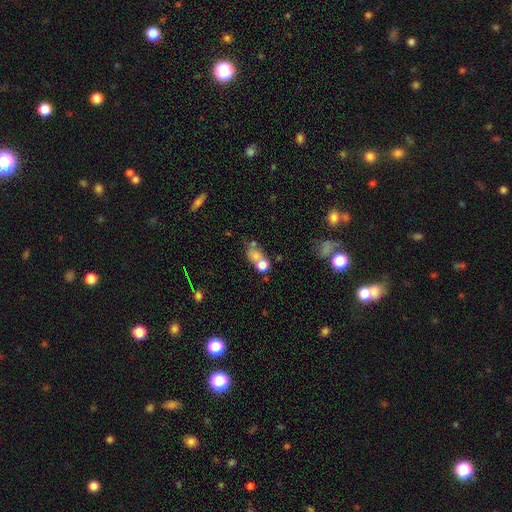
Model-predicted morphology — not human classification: Smooth or featured?
  - smooth: 68% *
  - featured or disk: 16%
  - star or artifact: 16%
How rounded?
  - round: 56% *
  - in between: 41%
  - cigar-shaped: 3%
Merging?
  - merger: 46% *
  - none: 34%
  - minor disturbance: 11%
  - major disturbance: 9%